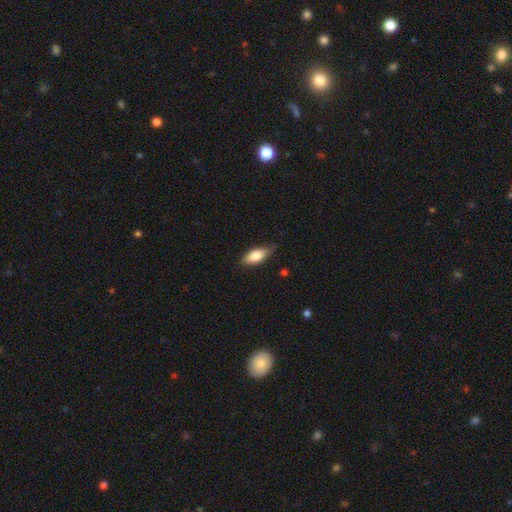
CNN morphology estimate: Smooth or featured? Predicted: smooth (p=0.77). How rounded? Predicted: in between (p=0.82). Merging? Predicted: none (p=0.76).